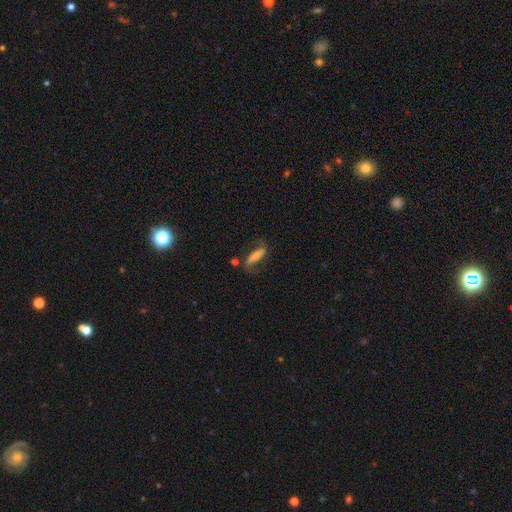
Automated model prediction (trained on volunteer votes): Q: Smooth or featured?
A: featured or disk (53%); runner-up: smooth (39%)
Q: Edge-on disk?
A: no (70%); runner-up: yes (30%)
Q: Merging?
A: none (61%); runner-up: minor disturbance (21%)